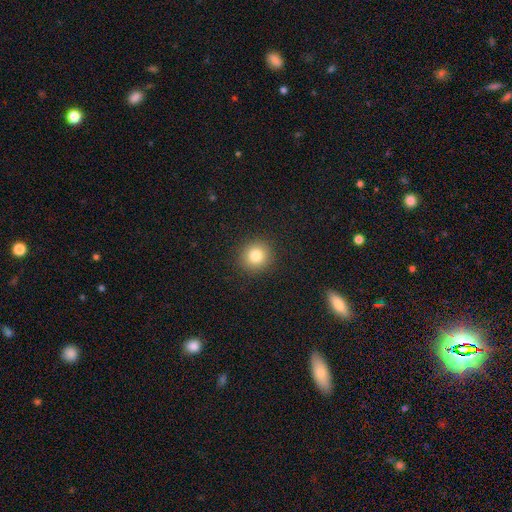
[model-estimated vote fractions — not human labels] Smooth or featured? smooth (82%)
How rounded? round (92%)
Merging? none (91%)